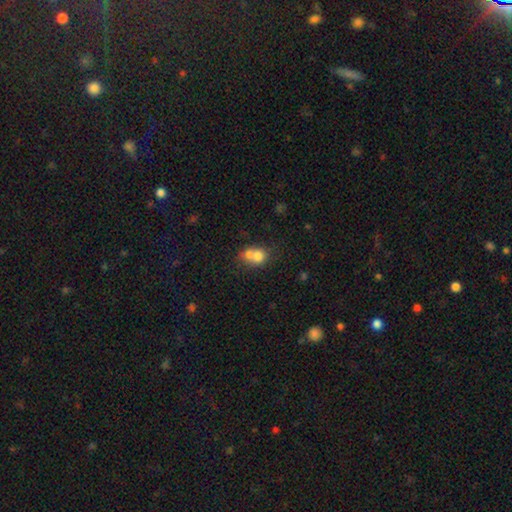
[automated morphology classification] smooth-or-featured: smooth: 72% | featured or disk: 18% | star or artifact: 10%
  how-rounded: round: 66% | in between: 33% | cigar-shaped: 1%
  merging: merger: 61% | none: 27% | minor disturbance: 8% | major disturbance: 4%